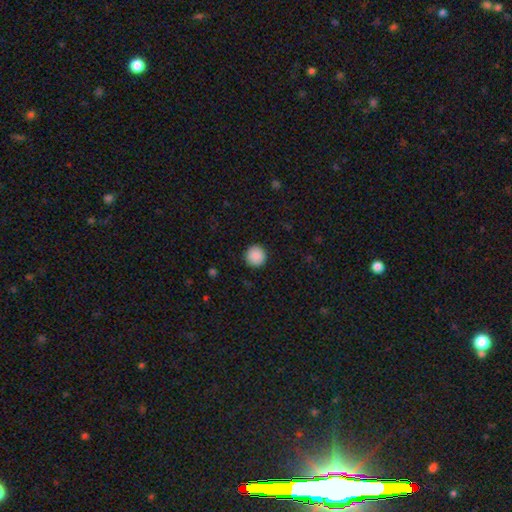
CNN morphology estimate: This appears to be a smooth galaxy with no disk features (89%) that is round (95%). Merging: none (92%).